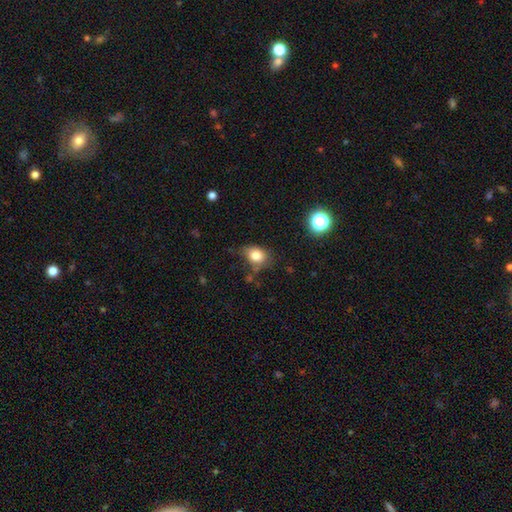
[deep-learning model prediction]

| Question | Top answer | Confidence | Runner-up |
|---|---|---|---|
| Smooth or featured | smooth | 81% | star or artifact (11%) |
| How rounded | in between | 59% | round (40%) |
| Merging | none | 58% | minor disturbance (29%) |